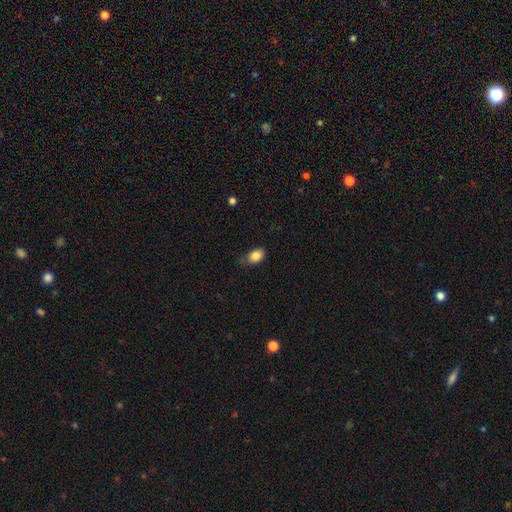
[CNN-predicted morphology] Smooth or featured? Predicted: smooth (p=0.84). How rounded? Predicted: in between (p=0.84). Merging? Predicted: none (p=0.69).